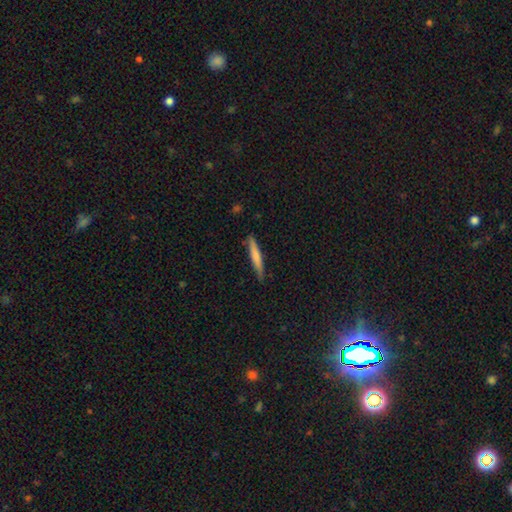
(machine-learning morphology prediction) The model was most divided on "smooth or featured": smooth: 69%, featured or disk: 26%, star or artifact: 5%. More confident: how rounded — cigar-shaped (94%); merging — none (83%).